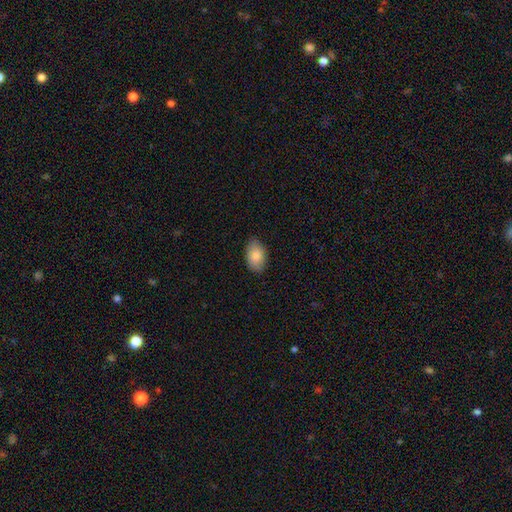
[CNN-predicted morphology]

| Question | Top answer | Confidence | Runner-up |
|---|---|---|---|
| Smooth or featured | smooth | 85% | featured or disk (9%) |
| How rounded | in between | 91% | round (7%) |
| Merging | none | 84% | minor disturbance (13%) |